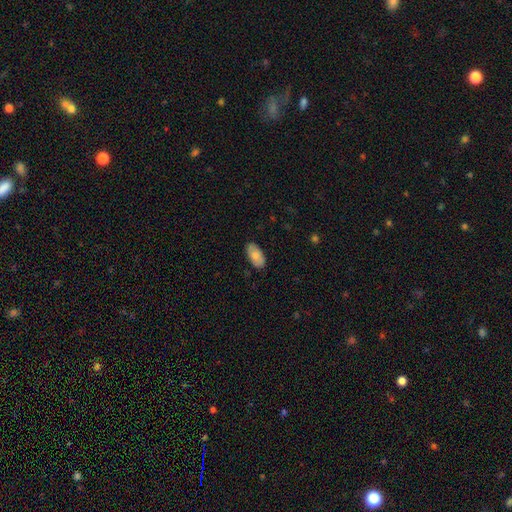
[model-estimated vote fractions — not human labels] This is likely a smooth galaxy (75%). How rounded: clearly in between (95%). Merging: clearly none (85%).